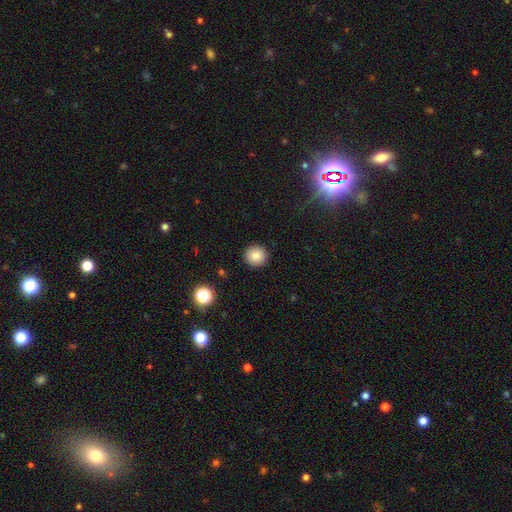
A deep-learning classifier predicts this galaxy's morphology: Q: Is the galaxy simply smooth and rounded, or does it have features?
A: smooth — 84%.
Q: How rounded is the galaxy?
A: round — 95%.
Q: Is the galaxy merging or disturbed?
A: none — 92%.